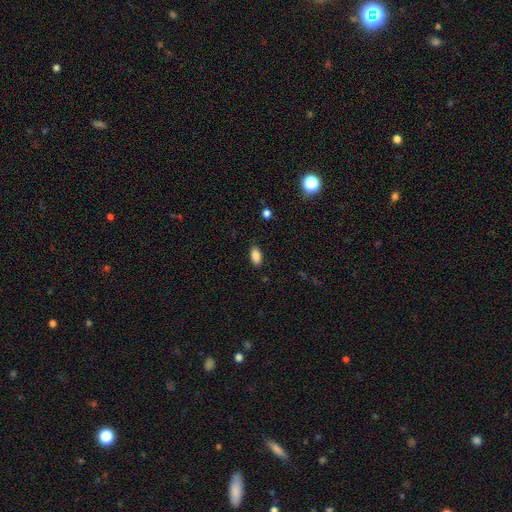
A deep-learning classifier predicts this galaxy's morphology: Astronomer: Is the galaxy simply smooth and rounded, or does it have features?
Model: smooth — 86%.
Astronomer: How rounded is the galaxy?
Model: in between — 92%.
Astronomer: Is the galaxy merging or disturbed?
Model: none — 86%.